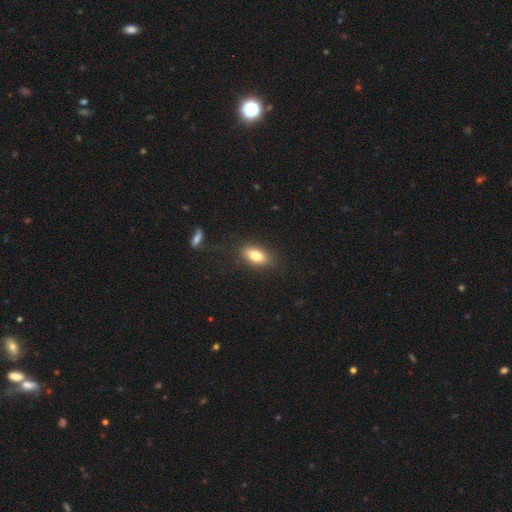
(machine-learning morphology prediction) type=smooth (79%); roundness=in between (86%); merging=none (84%).